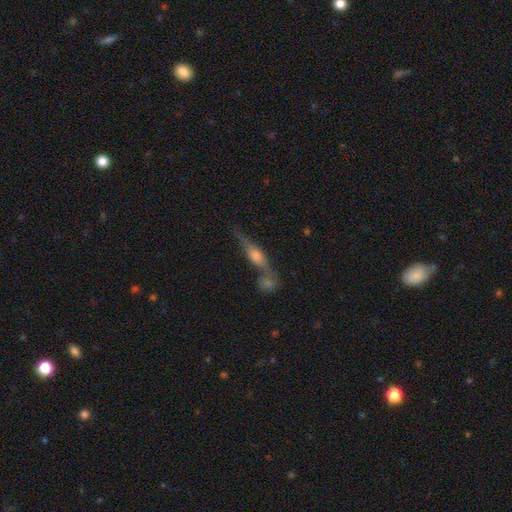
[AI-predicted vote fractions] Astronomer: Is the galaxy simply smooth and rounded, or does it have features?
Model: featured or disk — 72%.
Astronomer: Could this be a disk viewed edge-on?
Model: yes — 93%.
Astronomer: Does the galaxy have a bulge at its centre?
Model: rounded — 85%.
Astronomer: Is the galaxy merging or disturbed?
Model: none — 58%.